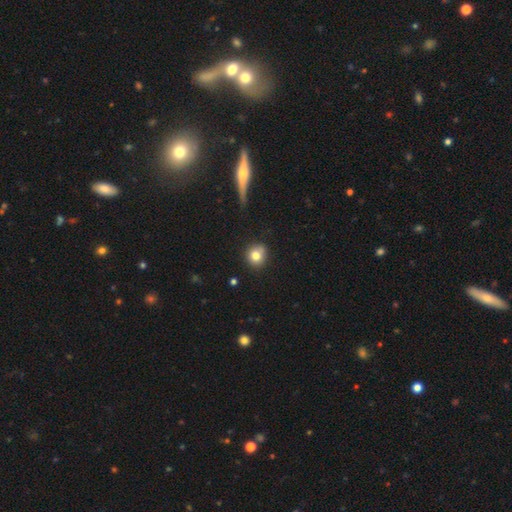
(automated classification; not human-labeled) A smooth galaxy with no disk features (80%) that is round (84%). Merging: none (80%).